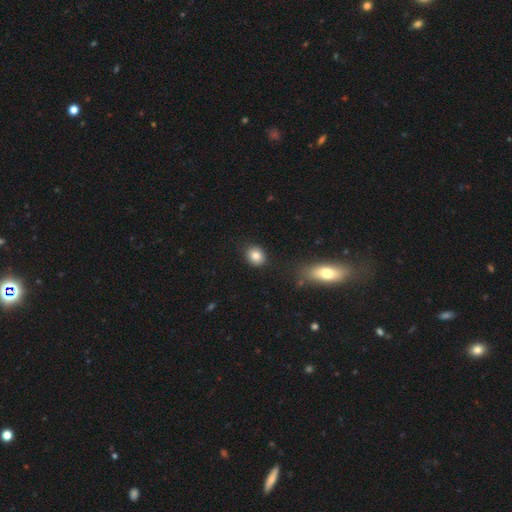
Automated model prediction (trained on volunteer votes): The model was most divided on "how rounded": round: 64%, in between: 35%, cigar-shaped: 1%. More confident: merging — none (87%); smooth or featured — smooth (83%).